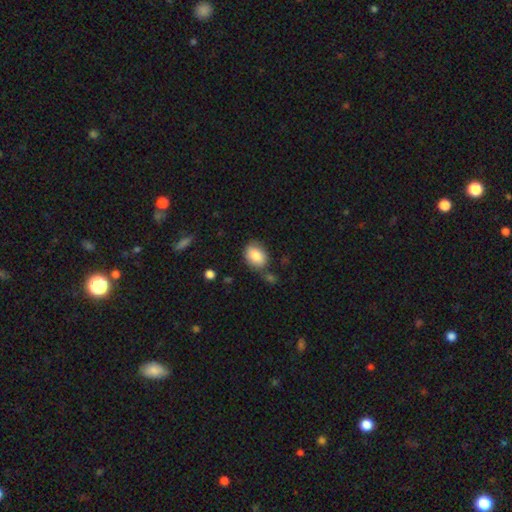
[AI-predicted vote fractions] Smooth or featured: smooth — 85% (featured or disk — 8%)
How rounded: in between — 71% (round — 28%)
Merging: none — 68% (minor disturbance — 19%)